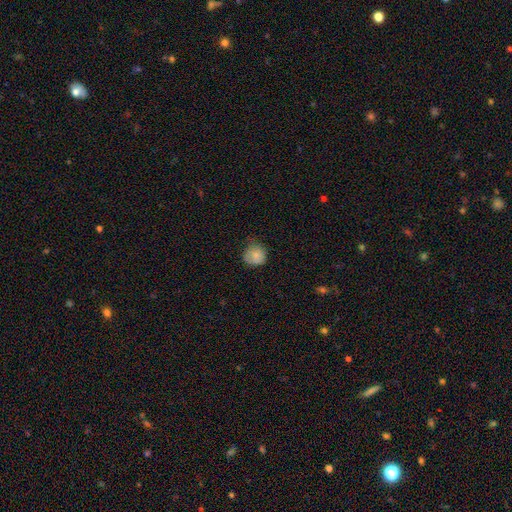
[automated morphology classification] Smooth or featured: smooth — 82% (featured or disk — 10%)
How rounded: round — 84% (in between — 16%)
Merging: none — 53% (minor disturbance — 36%)